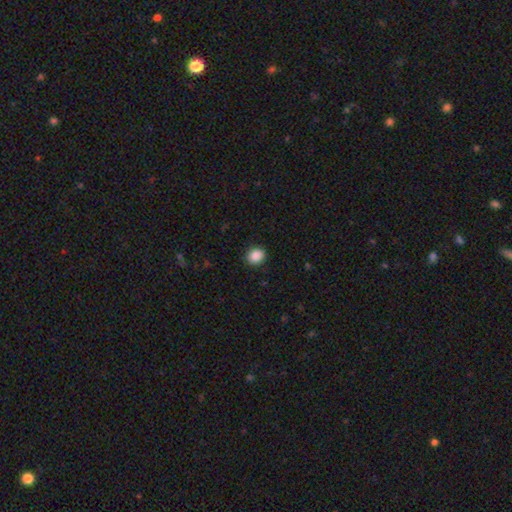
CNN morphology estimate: A smooth galaxy with no disk features (88%) that is round (63%). Merging: none (89%).